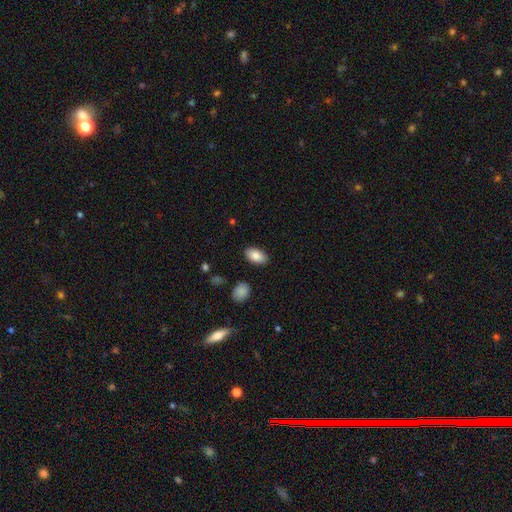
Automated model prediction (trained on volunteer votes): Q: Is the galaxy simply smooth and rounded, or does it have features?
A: smooth — 86%.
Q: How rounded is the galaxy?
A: in between — 94%.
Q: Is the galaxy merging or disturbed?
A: none — 88%.